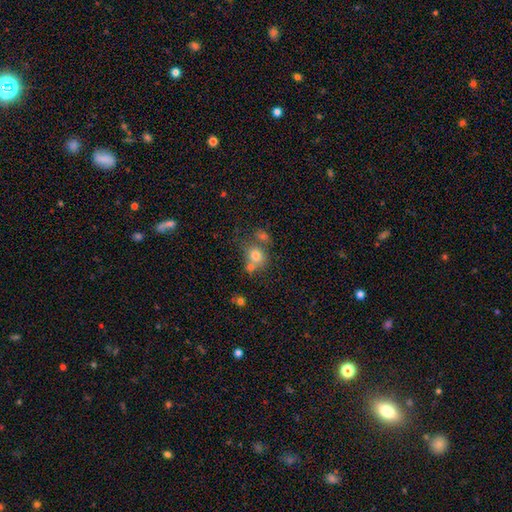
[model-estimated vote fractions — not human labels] Smooth or featured? smooth (75%)
How rounded? round (73%)
Merging? none (42%)